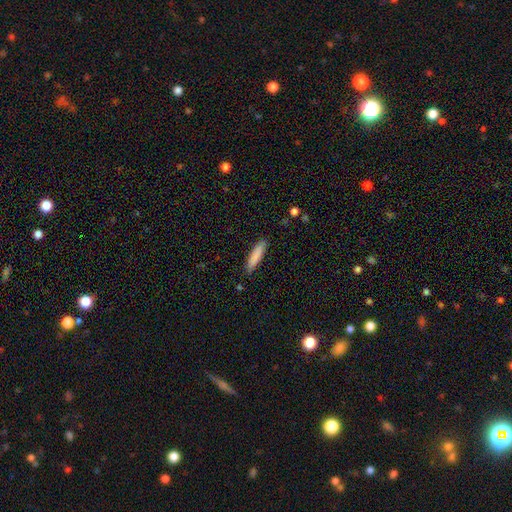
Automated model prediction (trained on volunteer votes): Smooth or featured?
  - smooth: 85% *
  - featured or disk: 9%
  - star or artifact: 6%
How rounded?
  - cigar-shaped: 79% *
  - in between: 20%
  - round: 1%
Merging?
  - none: 86% *
  - minor disturbance: 10%
  - major disturbance: 2%
  - merger: 1%